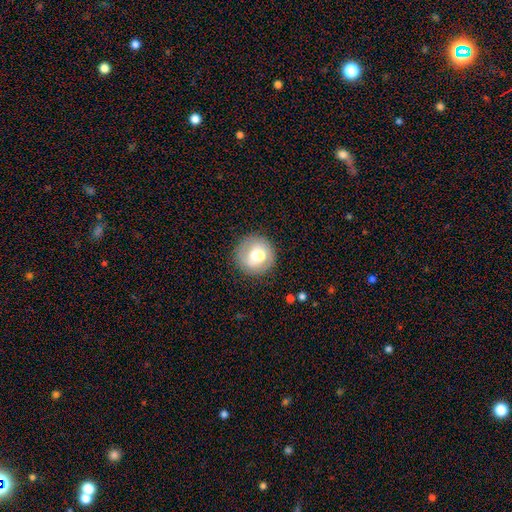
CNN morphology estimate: smooth_or_featured: smooth (p=0.59) [alt: featured or disk p=0.32]
how_rounded: round (p=0.89) [alt: in between p=0.10]
merging: none (p=0.74) [alt: minor disturbance p=0.14]